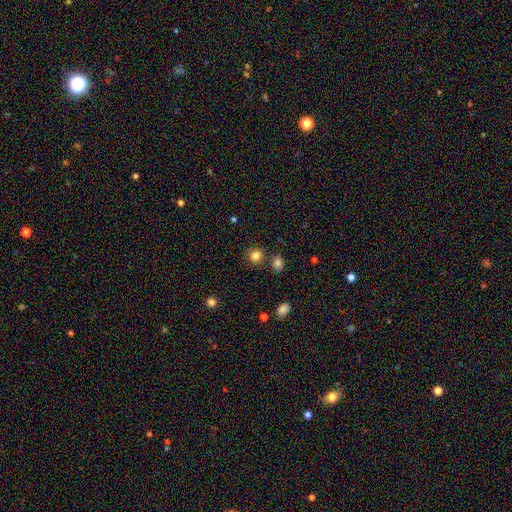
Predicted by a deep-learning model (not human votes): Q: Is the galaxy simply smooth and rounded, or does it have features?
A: smooth — 83%.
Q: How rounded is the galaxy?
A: round — 81%.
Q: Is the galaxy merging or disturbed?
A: none — 78%.